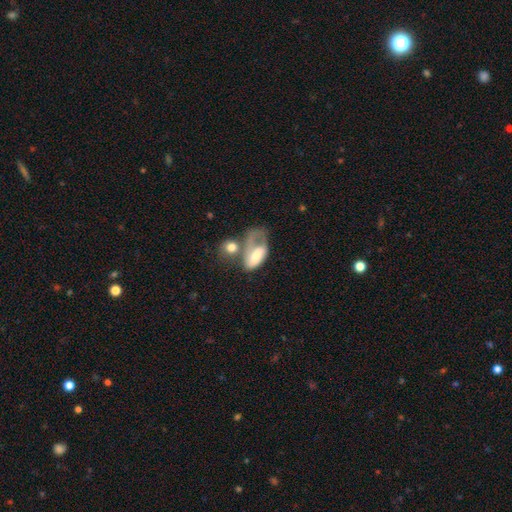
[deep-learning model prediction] smooth_or_featured: smooth (p=0.57) [alt: featured or disk p=0.35]
how_rounded: in between (p=0.89) [alt: round p=0.07]
merging: major disturbance (p=0.39) [alt: merger p=0.33]